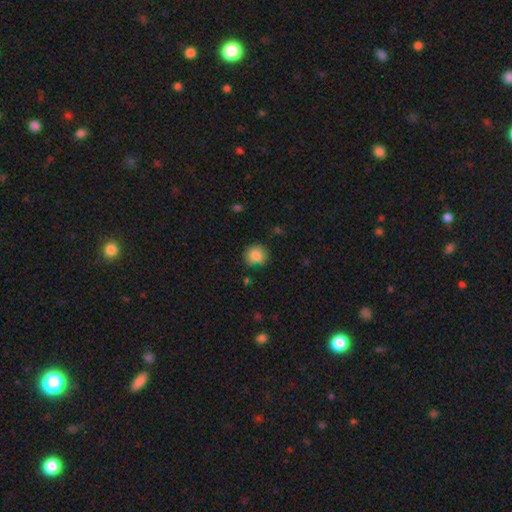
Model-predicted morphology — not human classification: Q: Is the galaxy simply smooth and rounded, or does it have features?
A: smooth — 85%.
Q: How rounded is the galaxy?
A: round — 86%.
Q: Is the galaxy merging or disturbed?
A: none — 80%.